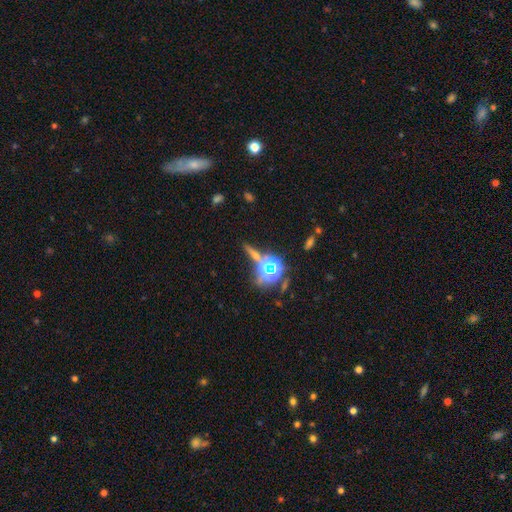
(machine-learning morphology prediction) This appears to be a star or artifact, not a galaxy (48%).